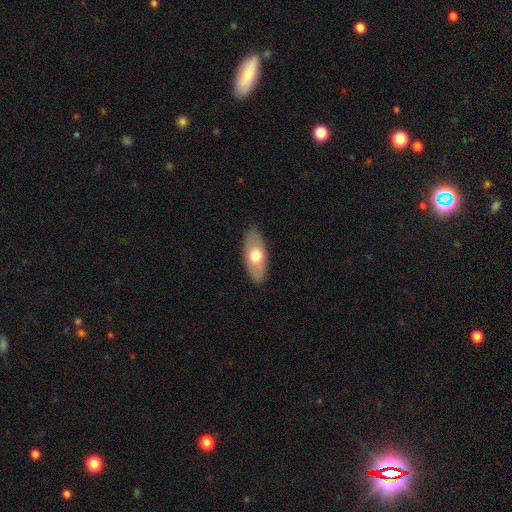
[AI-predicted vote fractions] Smooth or featured: smooth — 63% (featured or disk — 31%)
How rounded: in between — 84% (cigar-shaped — 12%)
Merging: none — 87% (minor disturbance — 9%)